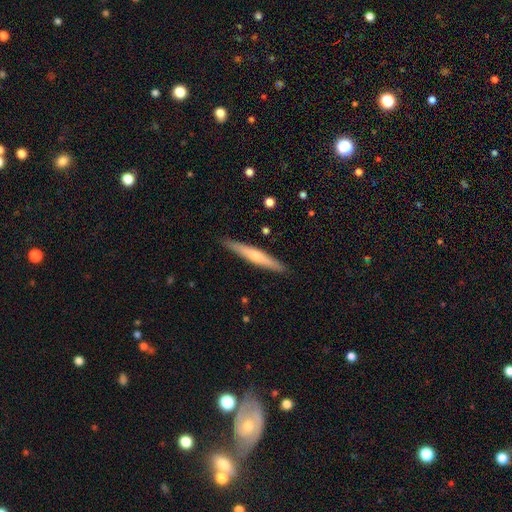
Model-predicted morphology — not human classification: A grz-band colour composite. It shows a featured or disk galaxy (52%) viewed edge-on (95%). Merging: none (90%).